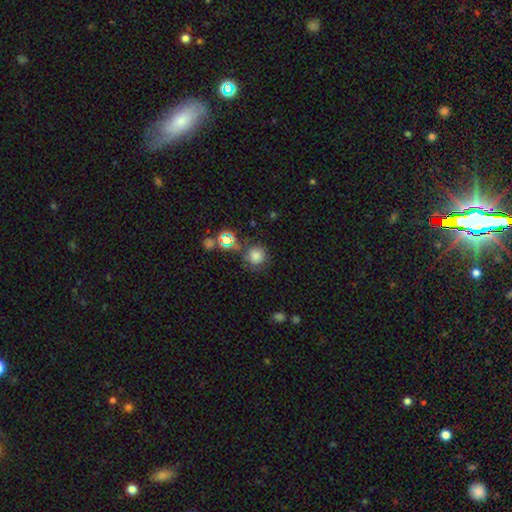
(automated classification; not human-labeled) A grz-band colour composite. It shows a smooth galaxy with no disk features (73%) that is round (90%). Merging: none (68%).